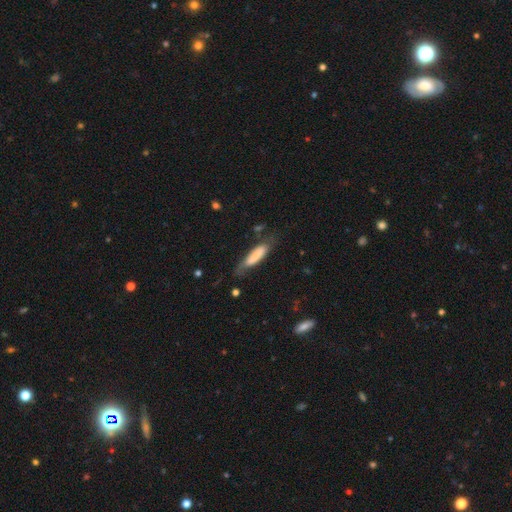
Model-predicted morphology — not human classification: smooth 74%, featured or disk 20%, star or artifact 6%. Down the decision tree: how rounded — cigar-shaped (66%); merging — none (53%).